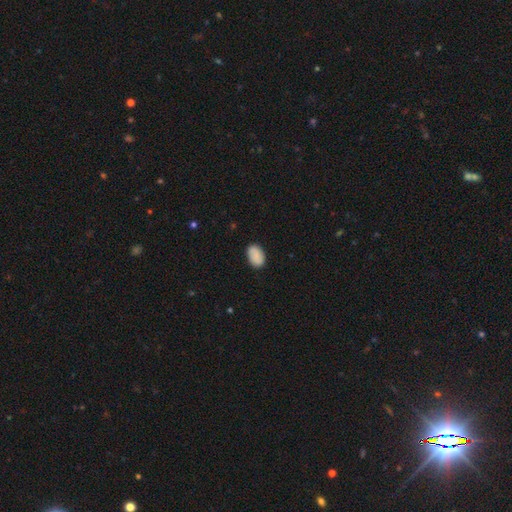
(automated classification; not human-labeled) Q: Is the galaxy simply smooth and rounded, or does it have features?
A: smooth — 83%.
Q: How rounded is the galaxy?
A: in between — 89%.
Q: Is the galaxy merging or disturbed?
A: none — 83%.